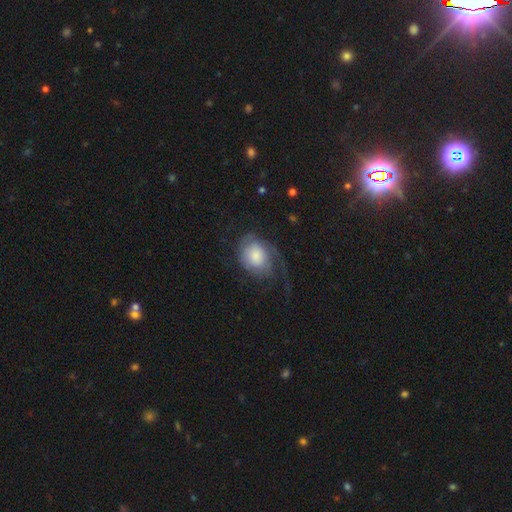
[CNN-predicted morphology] Smooth or featured: featured or disk — 49% (smooth — 44%)
Merging: major disturbance — 43% (none — 35%)